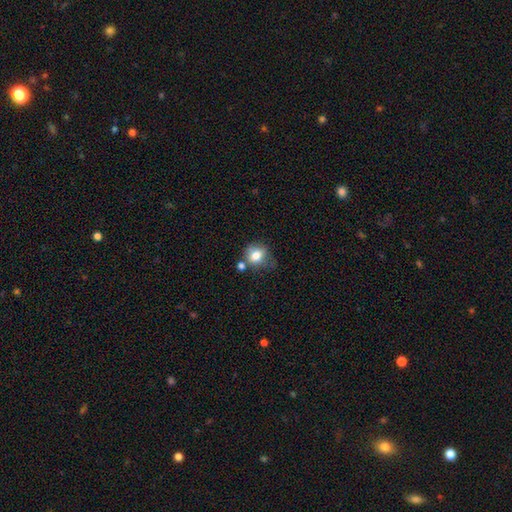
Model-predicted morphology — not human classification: type=smooth (78%); roundness=round (72%); merging=none (52%).